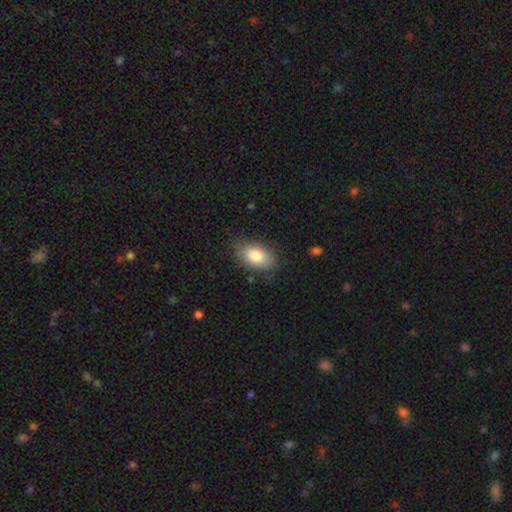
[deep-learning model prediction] smooth_or_featured: smooth (p=0.83) [alt: featured or disk p=0.10]
how_rounded: in between (p=0.91) [alt: round p=0.07]
merging: none (p=0.80) [alt: minor disturbance p=0.15]